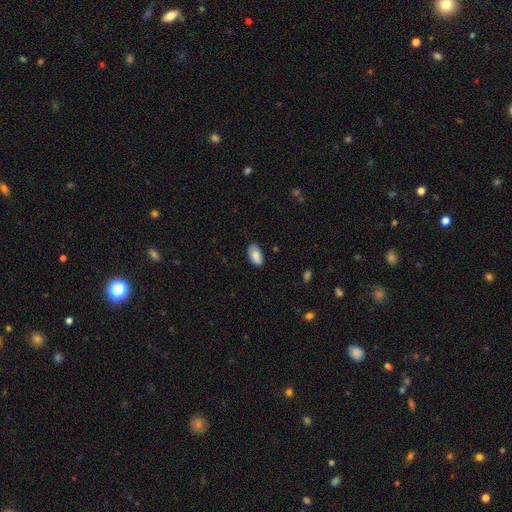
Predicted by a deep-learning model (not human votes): Smooth or featured? smooth (87%)
How rounded? in between (94%)
Merging? none (82%)